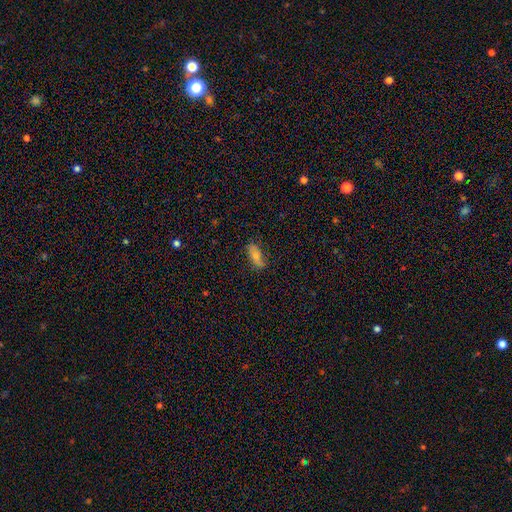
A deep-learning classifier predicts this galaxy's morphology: smooth-or-featured: smooth: 55% | featured or disk: 34% | star or artifact: 11%
  how-rounded: in between: 67% | cigar-shaped: 29% | round: 5%
  merging: none: 81% | minor disturbance: 14% | major disturbance: 3% | merger: 1%